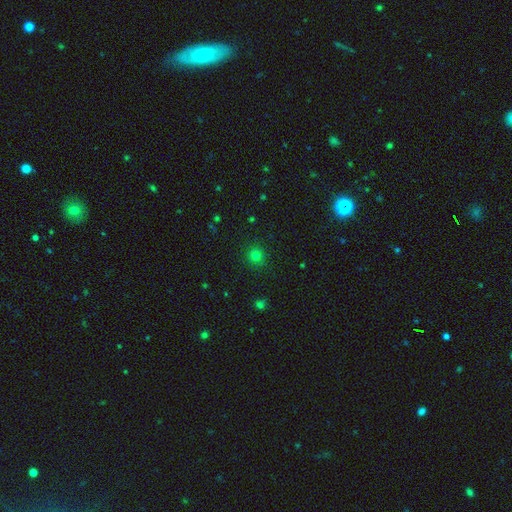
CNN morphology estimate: A smooth galaxy with no disk features (76%) that is round (92%). Merging: none (90%).